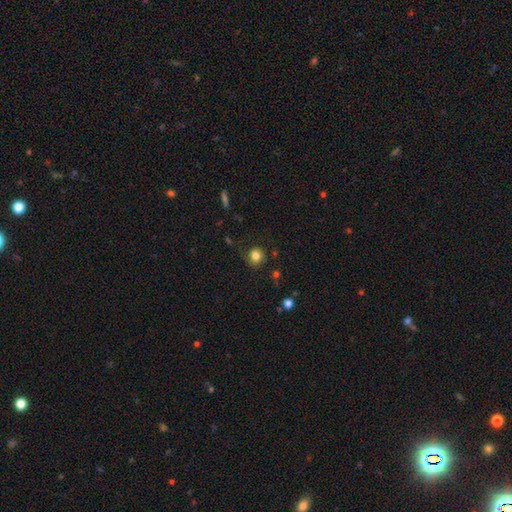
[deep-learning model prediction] This appears to be a smooth galaxy with no disk features (81%) that is round (85%). Merging: none (77%).